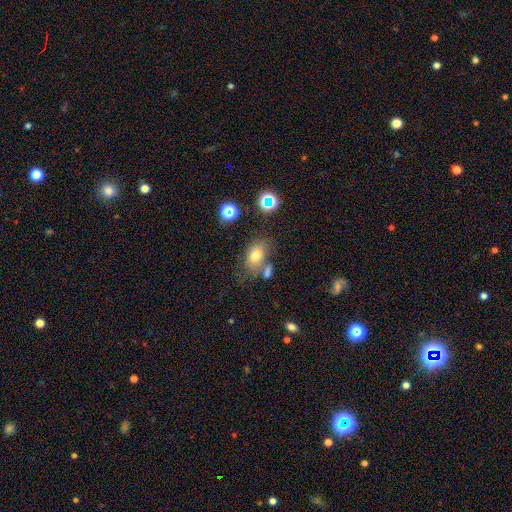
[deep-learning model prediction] The model was most divided on "merging": none: 59%, merger: 18%, minor disturbance: 16%, major disturbance: 7%. More confident: how rounded — in between (79%); smooth or featured — smooth (72%).